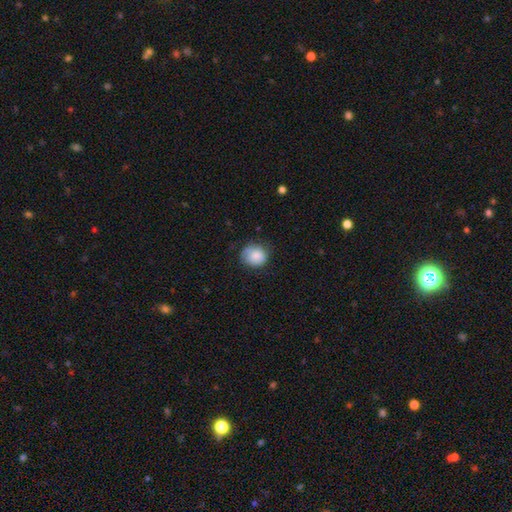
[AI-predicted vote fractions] A smooth galaxy with no disk features (78%) that is round (74%). Merging: none (61%).